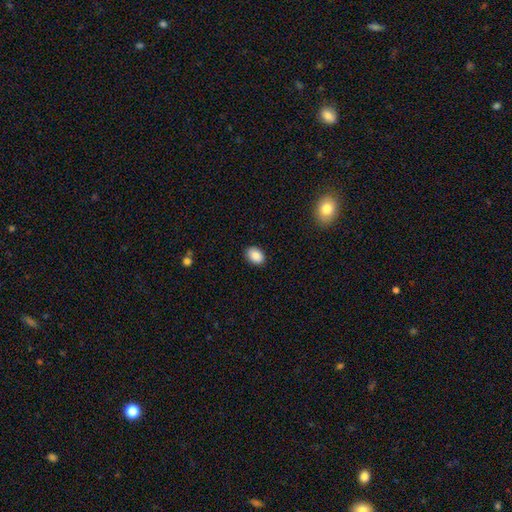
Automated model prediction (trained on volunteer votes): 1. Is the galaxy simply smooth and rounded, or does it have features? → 88% smooth, 8% star or artifact, 5% featured or disk.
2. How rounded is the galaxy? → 79% in between, 20% round, 1% cigar-shaped.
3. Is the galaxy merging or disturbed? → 89% none, 8% minor disturbance, 2% major disturbance, 1% merger.